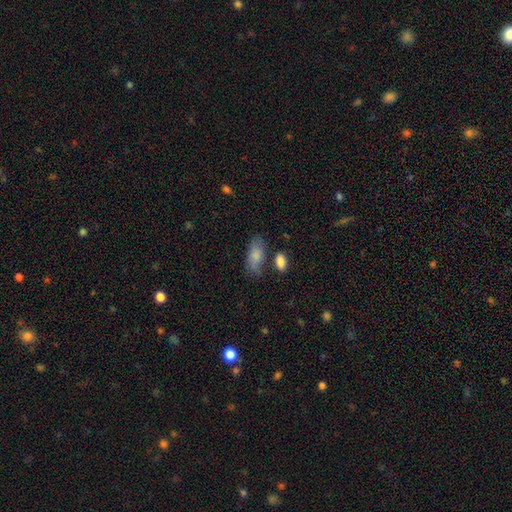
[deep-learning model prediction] Smooth or featured? smooth (80%)
How rounded? in between (88%)
Merging? none (57%)